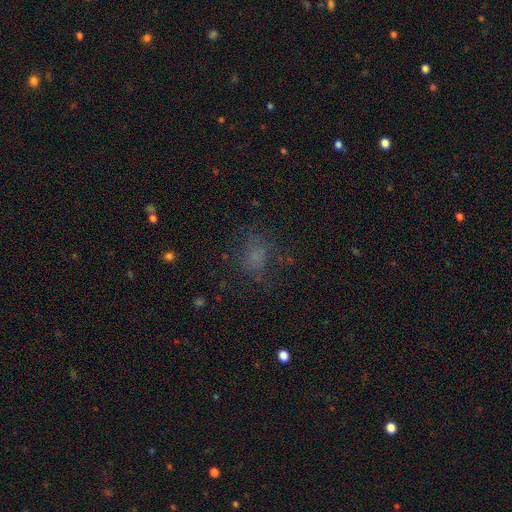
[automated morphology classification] smooth 60%, star or artifact 24%, featured or disk 17%. Down the decision tree: how rounded — round (53%); merging — none (64%).